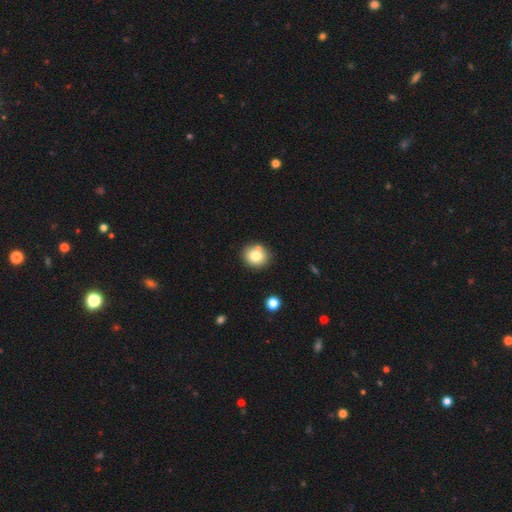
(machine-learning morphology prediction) A smooth galaxy with no disk features (78%) that is round (82%). Merging: none (75%).